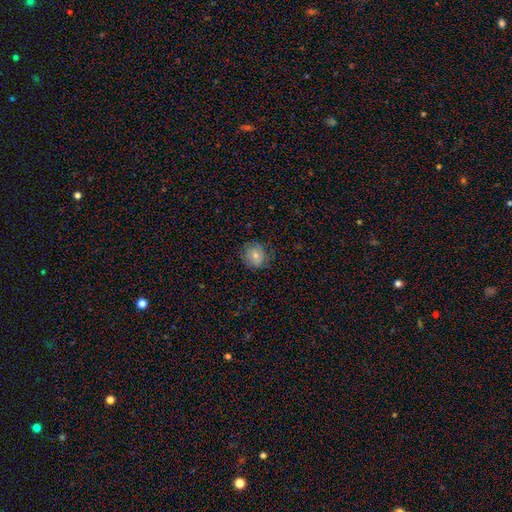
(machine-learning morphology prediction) Q: Smooth or featured?
A: smooth (73%); runner-up: featured or disk (18%)
Q: How rounded?
A: round (87%); runner-up: in between (12%)
Q: Merging?
A: none (79%); runner-up: minor disturbance (16%)